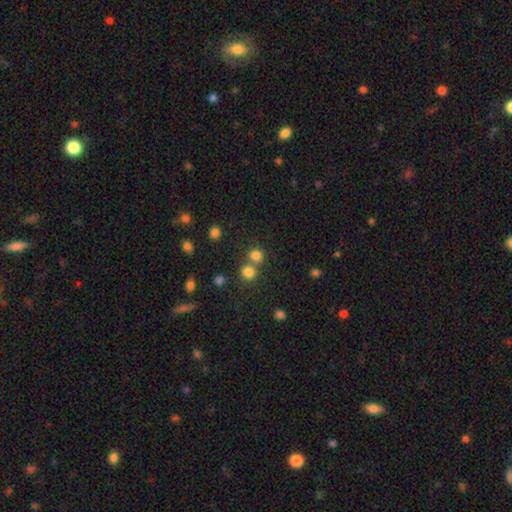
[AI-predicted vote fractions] This is likely a smooth galaxy (78%). How rounded: clearly round (84%). Merging: possibly none (58%).